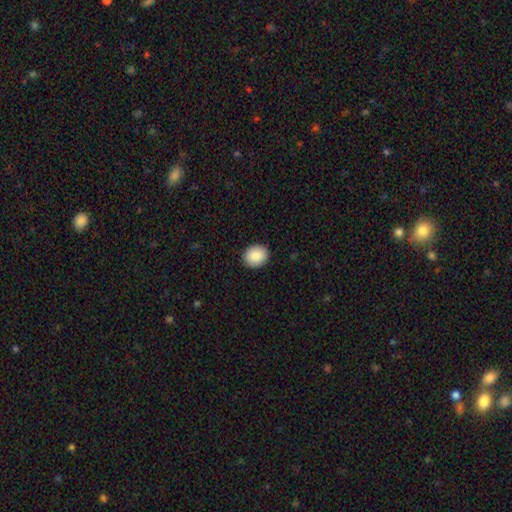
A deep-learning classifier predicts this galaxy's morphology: The model was most divided on "how rounded": round: 62%, in between: 37%, cigar-shaped: 1%. More confident: merging — none (91%); smooth or featured — smooth (87%).